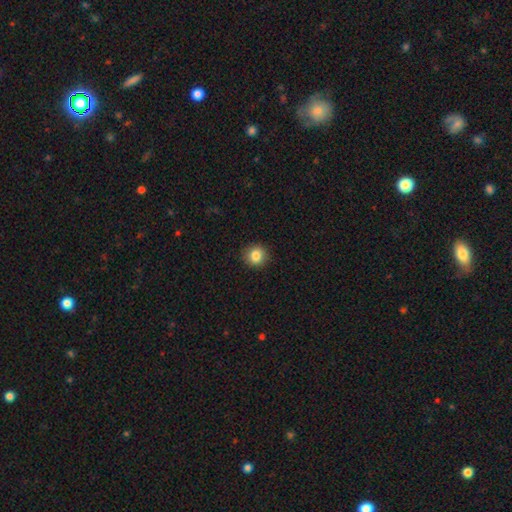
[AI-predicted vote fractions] A smooth galaxy with no disk features (85%) that is round (90%).

Vote fractions:
- Smooth or featured? smooth: 85% / star or artifact: 10% / featured or disk: 5%
- How rounded? round: 90% / in between: 9% / cigar-shaped: 1%
- Merging? none: 90% / minor disturbance: 7% / major disturbance: 2% / merger: 1%